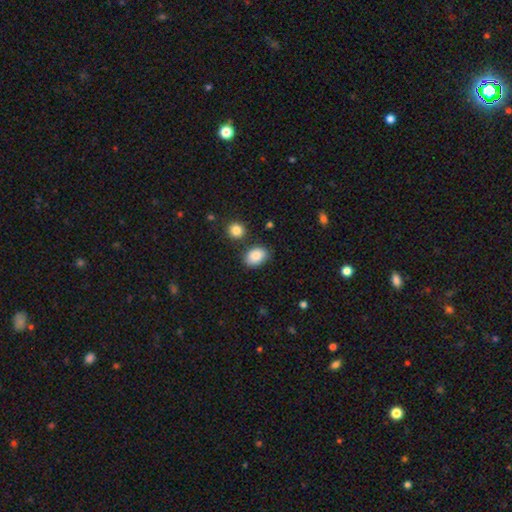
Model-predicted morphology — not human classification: A smooth galaxy with no disk features (87%) that is in between round and cigar-shaped (81%). Merging: none (77%).